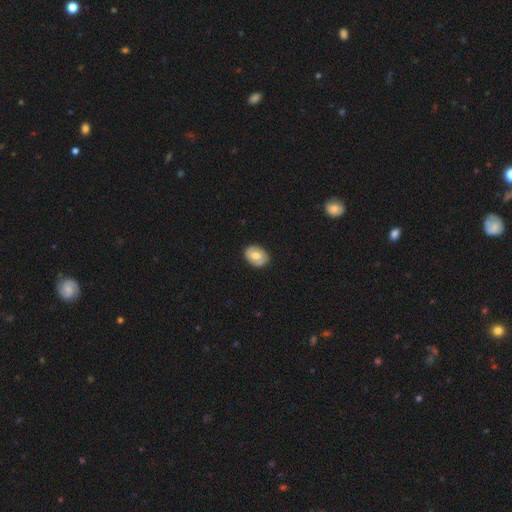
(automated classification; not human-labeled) Smooth or featured? Predicted: smooth (p=0.63). How rounded? Predicted: in between (p=0.70). Merging? Predicted: none (p=0.88).